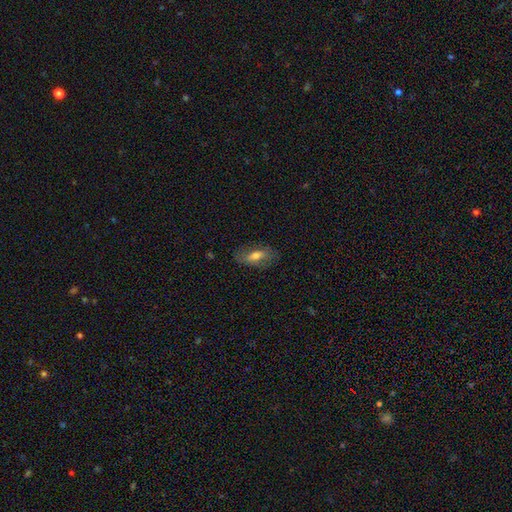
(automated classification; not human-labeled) smooth 60%, featured or disk 33%, star or artifact 8%. Down the decision tree: how rounded — in between (76%); merging — none (78%).